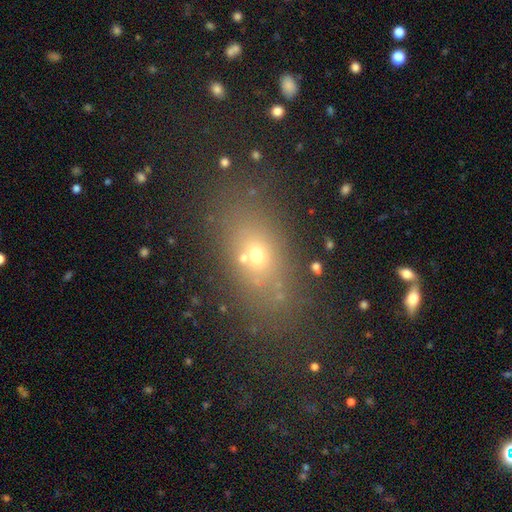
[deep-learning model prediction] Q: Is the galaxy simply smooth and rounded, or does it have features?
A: smooth — 59%.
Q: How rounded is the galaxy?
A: in between — 70%.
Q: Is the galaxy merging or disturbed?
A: none — 73%.